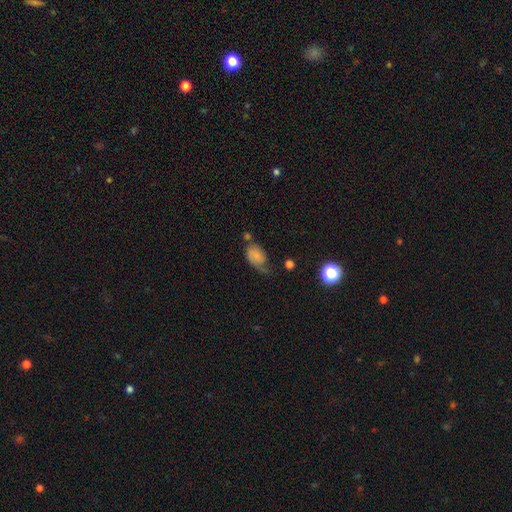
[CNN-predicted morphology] type=smooth (63%); roundness=in between (84%); merging=minor disturbance (33%).